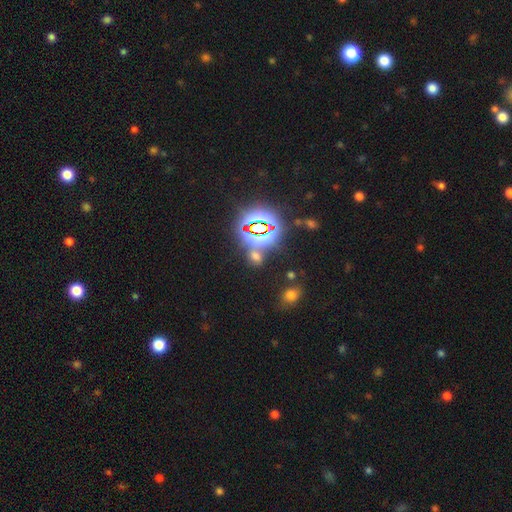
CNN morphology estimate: This appears to be a star or artifact, not a galaxy (57%).